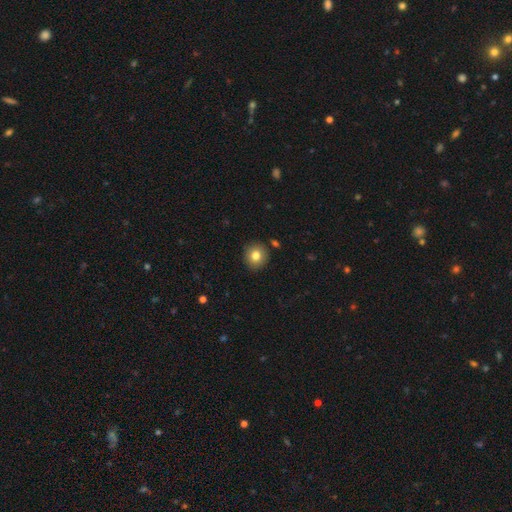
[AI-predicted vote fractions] Morphology: type=smooth (80%); roundness=round (87%); merging=none (89%).